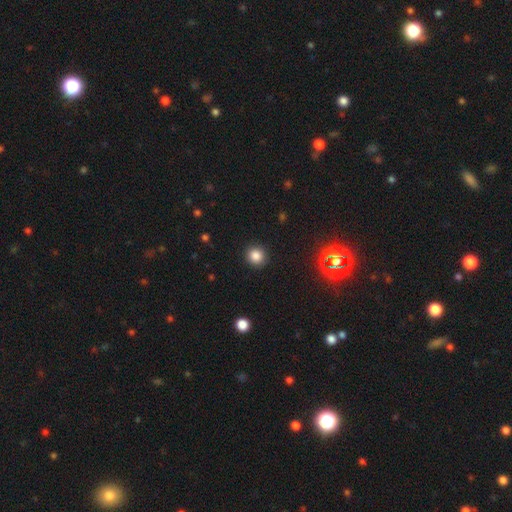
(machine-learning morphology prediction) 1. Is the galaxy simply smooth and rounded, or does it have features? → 83% smooth, 13% star or artifact, 4% featured or disk.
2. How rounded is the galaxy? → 90% round, 9% in between, 1% cigar-shaped.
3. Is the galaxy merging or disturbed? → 91% none, 6% minor disturbance, 2% major disturbance, 1% merger.